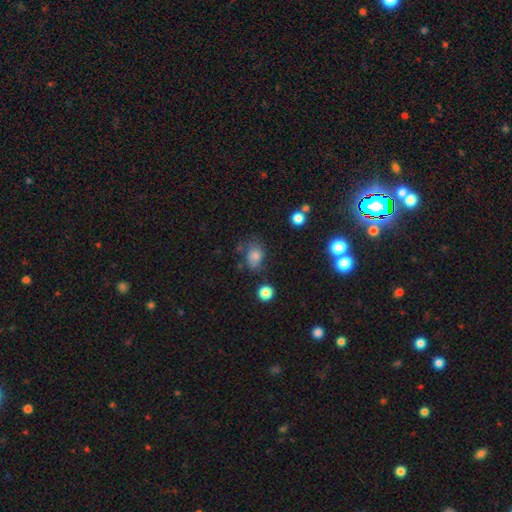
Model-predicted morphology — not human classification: This appears to be a smooth galaxy with no disk features (74%) that is in between round and cigar-shaped (62%). Merging: none (55%).